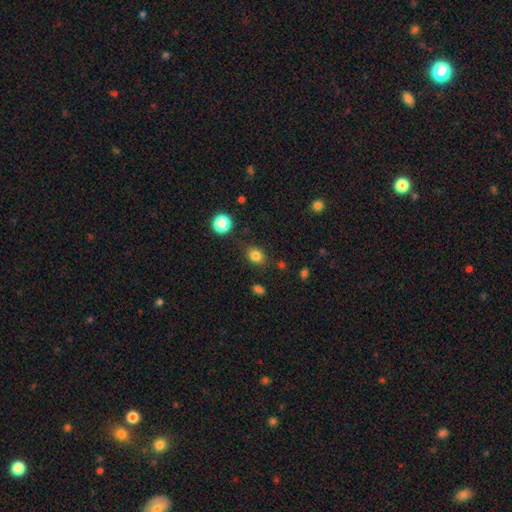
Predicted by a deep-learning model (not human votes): Smooth or featured? smooth (82%)
How rounded? round (50%)
Merging? none (81%)